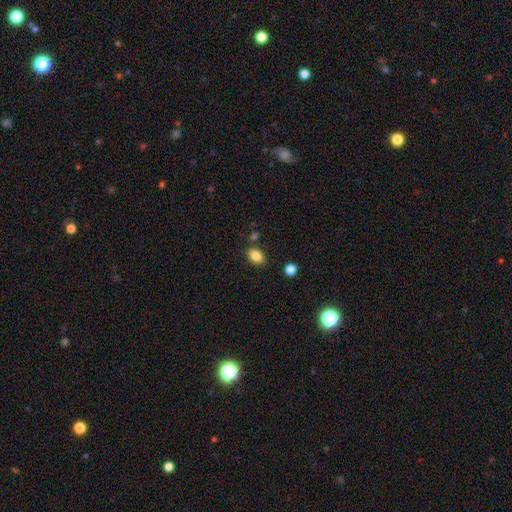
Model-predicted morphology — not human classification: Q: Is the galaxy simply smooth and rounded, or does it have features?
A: smooth — 86%.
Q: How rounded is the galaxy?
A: in between — 84%.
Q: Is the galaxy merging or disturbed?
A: none — 81%.